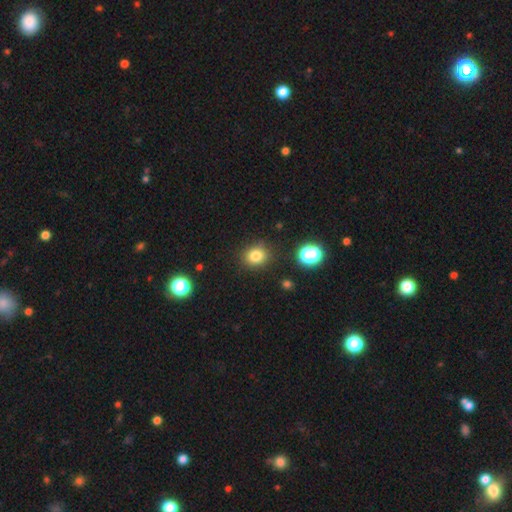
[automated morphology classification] This is clearly a smooth galaxy (81%). How rounded: likely round (70%). Merging: clearly none (86%).